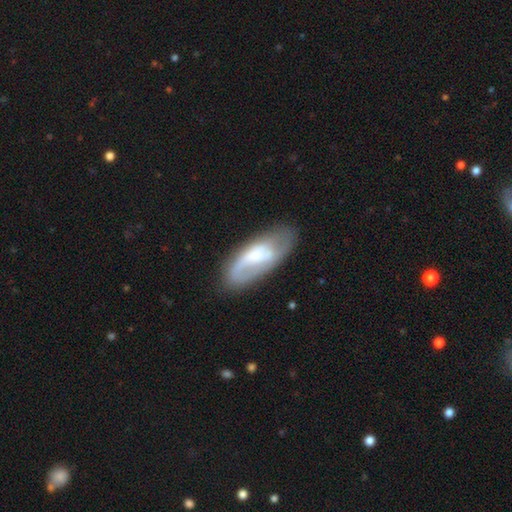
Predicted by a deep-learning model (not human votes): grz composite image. It shows a featured or disk galaxy (59%) with no bar (50%), spiral arms (71%) and a moderate central bulge (38%). Merging: none (62%).